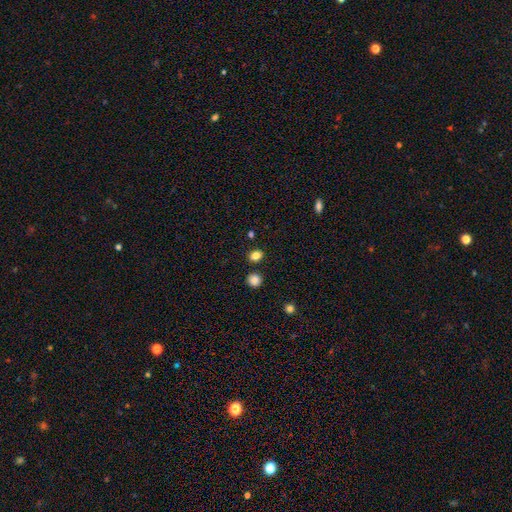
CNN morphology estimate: Q: Smooth or featured?
A: smooth (83%); runner-up: star or artifact (12%)
Q: How rounded?
A: round (50%); runner-up: in between (48%)
Q: Merging?
A: none (83%); runner-up: minor disturbance (8%)